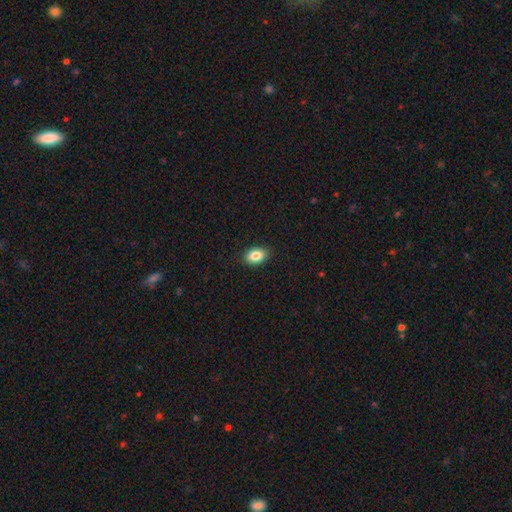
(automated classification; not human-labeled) Smooth or featured?
  - smooth: 86% *
  - star or artifact: 8%
  - featured or disk: 6%
How rounded?
  - in between: 85% *
  - round: 14%
  - cigar-shaped: 1%
Merging?
  - none: 90% *
  - minor disturbance: 7%
  - major disturbance: 2%
  - merger: 1%